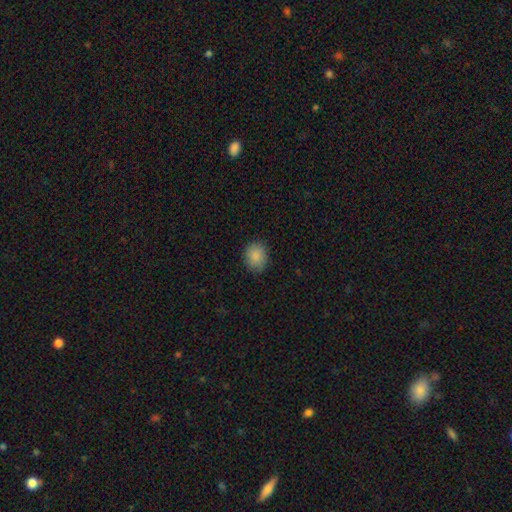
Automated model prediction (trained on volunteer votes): Smooth or featured? smooth (88%)
How rounded? round (66%)
Merging? none (87%)